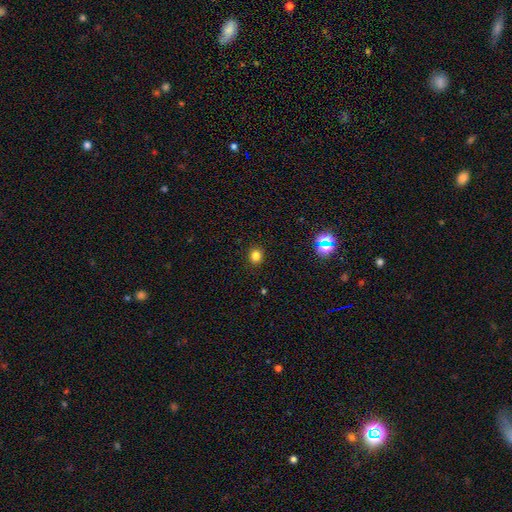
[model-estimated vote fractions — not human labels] This is likely a smooth galaxy (79%). How rounded: likely round (71%). Merging: clearly none (90%).